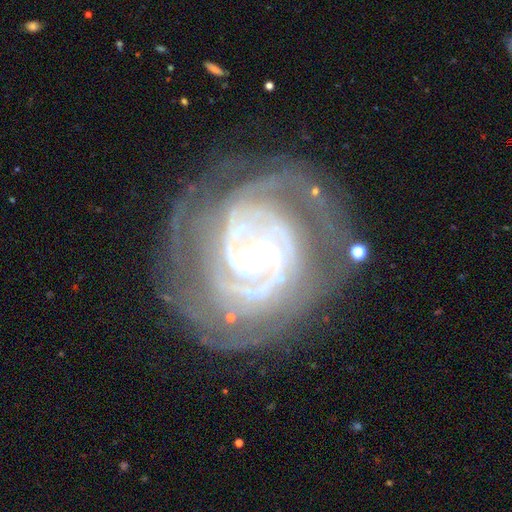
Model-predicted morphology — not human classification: Overall: featured or disk (90%). Edge-on disk: no (97%). Bar: no (58%; weak 29%). Spiral arms: yes (97%). Spiral arm count: 2 (27%; can't tell 24%). Spiral winding: tight (74%). Bulge size: moderate (48%; small 45%). Merging: none (69%).